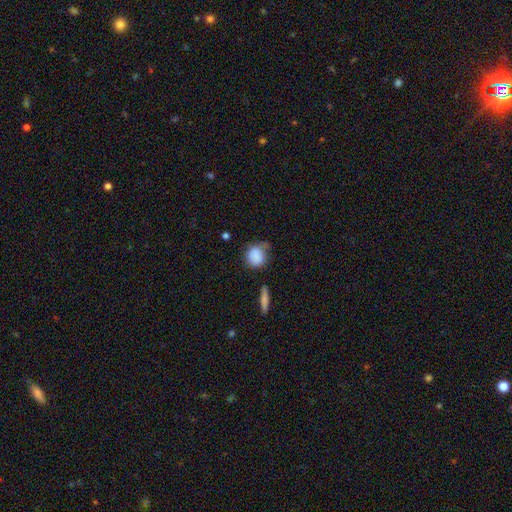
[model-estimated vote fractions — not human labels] Morphology: type=smooth (85%); roundness=round (78%); merging=none (55%).